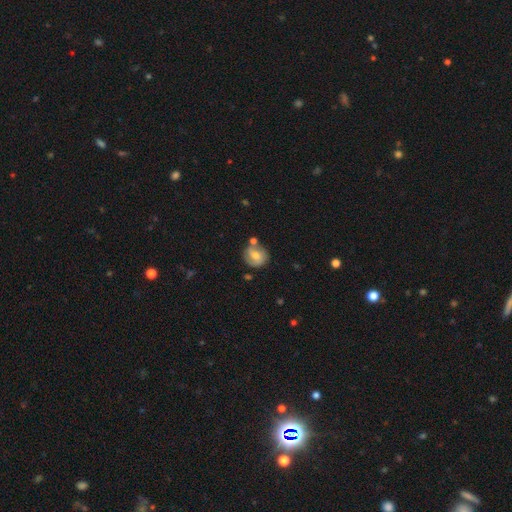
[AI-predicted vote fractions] smooth-or-featured: smooth: 52% | featured or disk: 40% | star or artifact: 8%
  how-rounded: round: 80% | in between: 19% | cigar-shaped: 1%
  merging: none: 62% | minor disturbance: 18% | merger: 15% | major disturbance: 5%